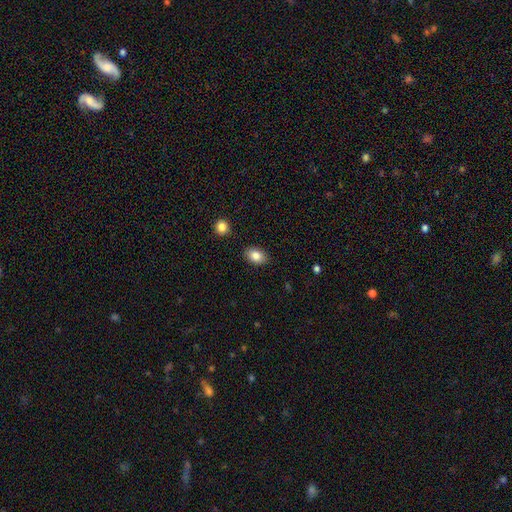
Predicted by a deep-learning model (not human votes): smooth_or_featured: smooth (p=0.85) [alt: star or artifact p=0.08]
how_rounded: in between (p=0.81) [alt: round p=0.18]
merging: none (p=0.86) [alt: minor disturbance p=0.10]